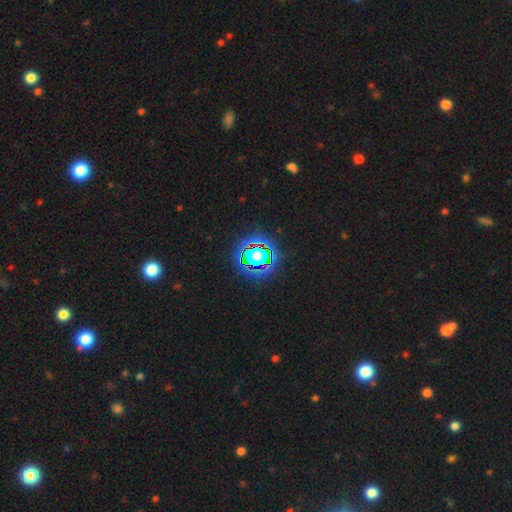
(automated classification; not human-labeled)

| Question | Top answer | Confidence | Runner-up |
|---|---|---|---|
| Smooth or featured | star or artifact | 63% | smooth (25%) |